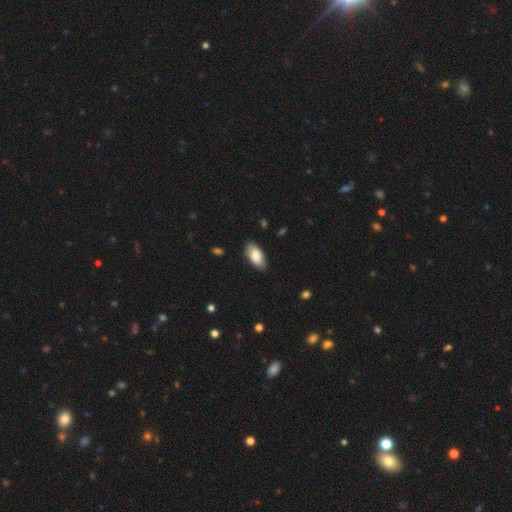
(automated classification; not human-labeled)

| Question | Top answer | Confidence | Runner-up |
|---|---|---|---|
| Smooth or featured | smooth | 82% | featured or disk (12%) |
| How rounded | in between | 92% | cigar-shaped (6%) |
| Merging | none | 85% | minor disturbance (12%) |